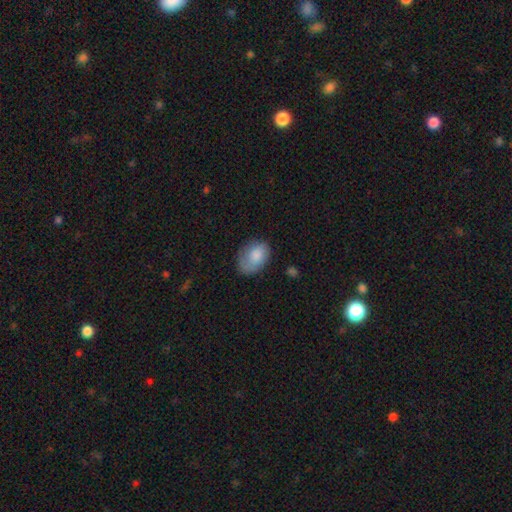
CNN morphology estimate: This is likely a smooth galaxy (77%). How rounded: likely in between (79%). Merging: possibly none (60%).